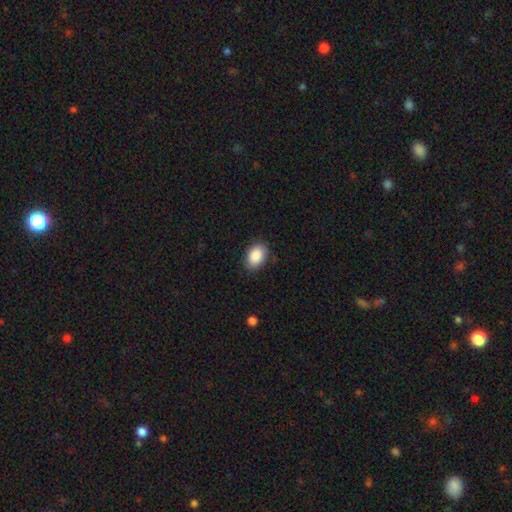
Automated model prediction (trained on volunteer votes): smooth_or_featured: smooth (p=0.90) [alt: star or artifact p=0.07]
how_rounded: in between (p=0.86) [alt: round p=0.13]
merging: none (p=0.85) [alt: minor disturbance p=0.11]